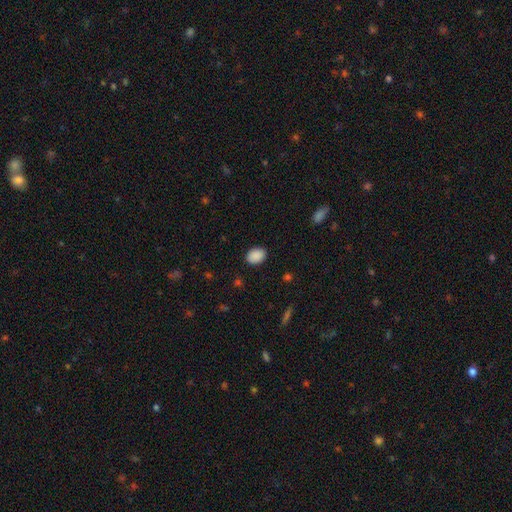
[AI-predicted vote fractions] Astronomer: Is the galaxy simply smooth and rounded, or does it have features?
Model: smooth — 90%.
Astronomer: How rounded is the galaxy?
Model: in between — 74%.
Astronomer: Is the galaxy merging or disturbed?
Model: none — 88%.